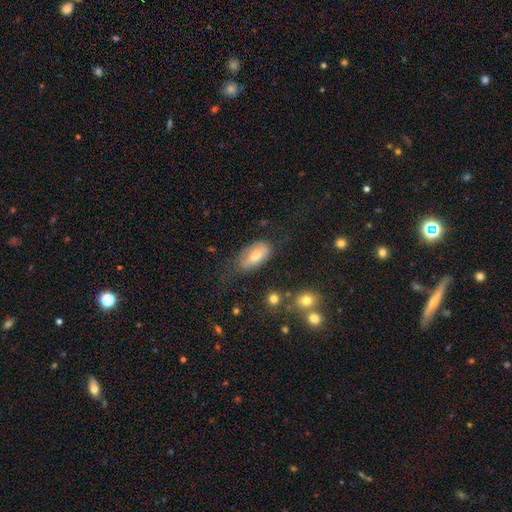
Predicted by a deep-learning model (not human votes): This appears to be a smooth galaxy with no disk features (65%) that is in between round and cigar-shaped (91%). Merging: none (62%).